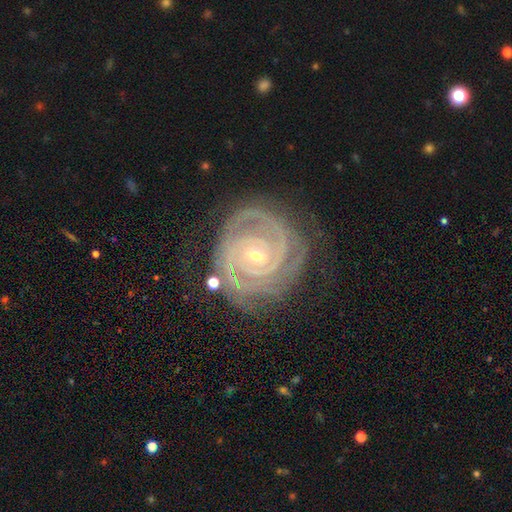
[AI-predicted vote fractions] Smooth or featured: featured or disk — 91% (star or artifact — 5%)
Edge-on disk: no — 98% (yes — 2%)
Bar: no — 55% (weak — 29%)
Spiral arms: yes — 99% (no — 1%)
Spiral winding: tight — 86% (medium — 12%)
Spiral arm count: 2 — 50% (3 — 23%)
Bulge size: small — 71% (moderate — 27%)
Merging: none — 77% (minor disturbance — 16%)